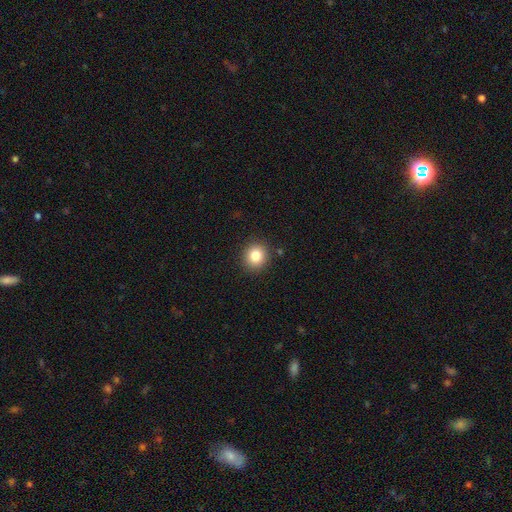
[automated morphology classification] This appears to be a smooth galaxy with no disk features (82%) that is round (86%). Merging: none (89%).